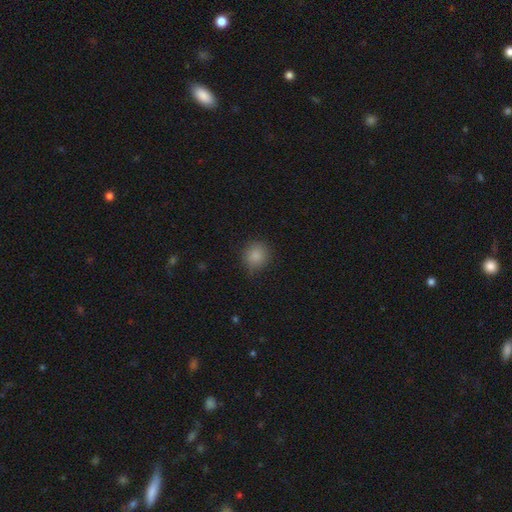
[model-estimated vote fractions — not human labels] A smooth galaxy with no disk features (86%) that is round (86%). Merging: none (78%).